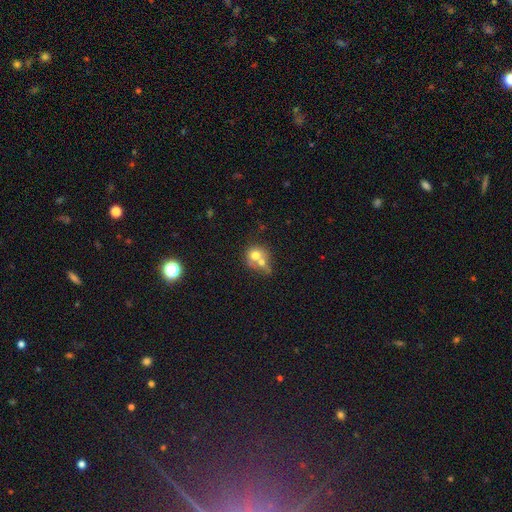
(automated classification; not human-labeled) smooth-or-featured: smooth: 66% | featured or disk: 23% | star or artifact: 11%
  how-rounded: round: 74% | in between: 25% | cigar-shaped: 1%
  merging: merger: 60% | none: 26% | minor disturbance: 8% | major disturbance: 5%